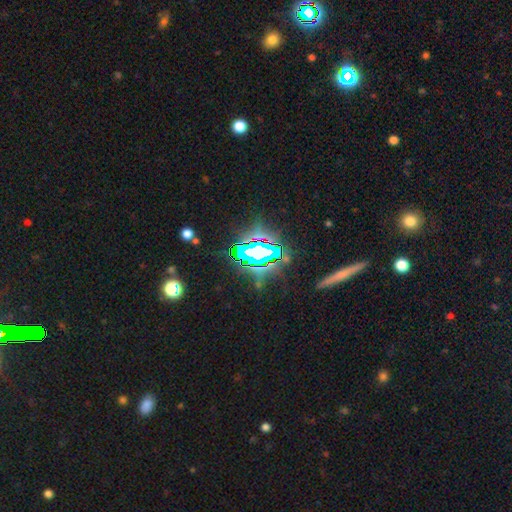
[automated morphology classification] This is likely a star or artifact rather than a galaxy (71%).